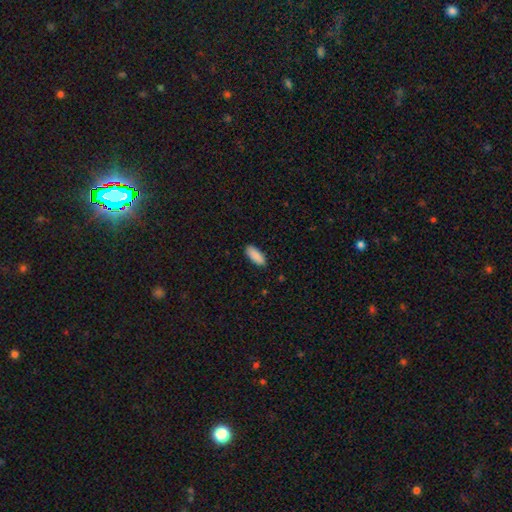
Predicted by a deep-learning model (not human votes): The model was most divided on "how rounded": in between: 79%, cigar-shaped: 19%, round: 2%. More confident: smooth or featured — smooth (90%); merging — none (89%).